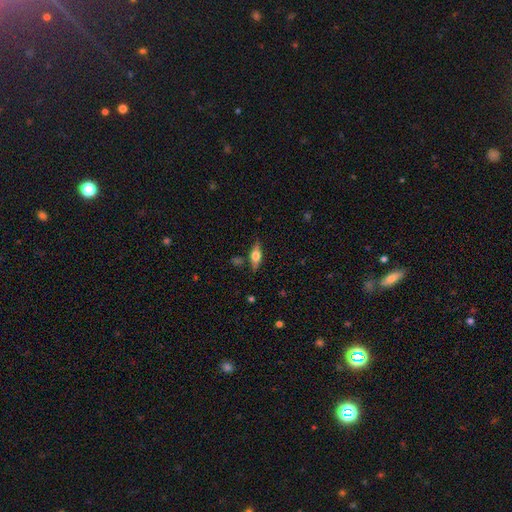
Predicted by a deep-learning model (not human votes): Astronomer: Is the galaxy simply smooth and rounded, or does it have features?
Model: smooth — 49% (runner-up: featured or disk, 44%).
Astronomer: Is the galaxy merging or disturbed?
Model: none — 81%.